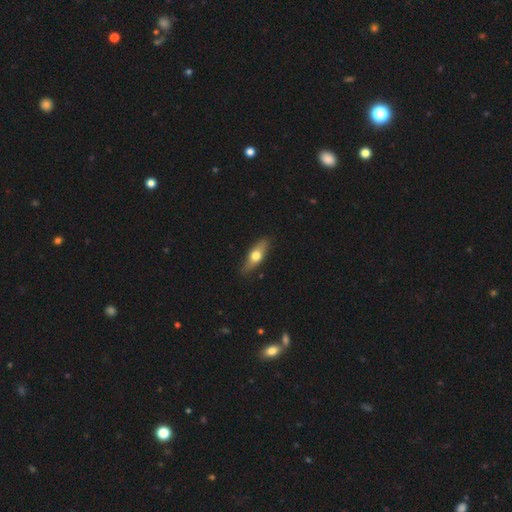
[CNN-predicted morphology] smooth-or-featured: smooth: 57% | featured or disk: 37% | star or artifact: 6%
  how-rounded: in between: 57% | cigar-shaped: 39% | round: 4%
  merging: none: 86% | minor disturbance: 11% | major disturbance: 2% | merger: 1%